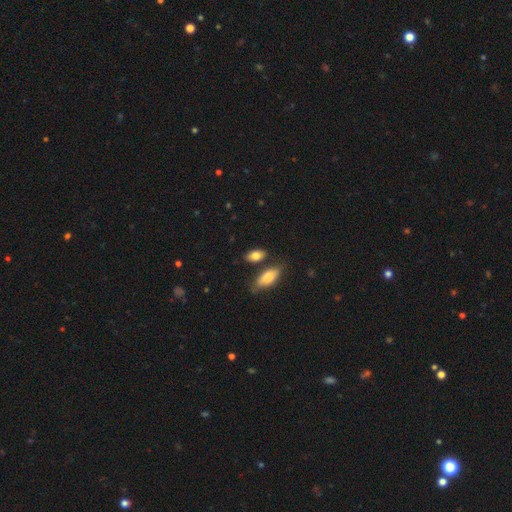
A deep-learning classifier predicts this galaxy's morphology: Overall: smooth (82%). How rounded: in between (87%). Merging: none (70%).